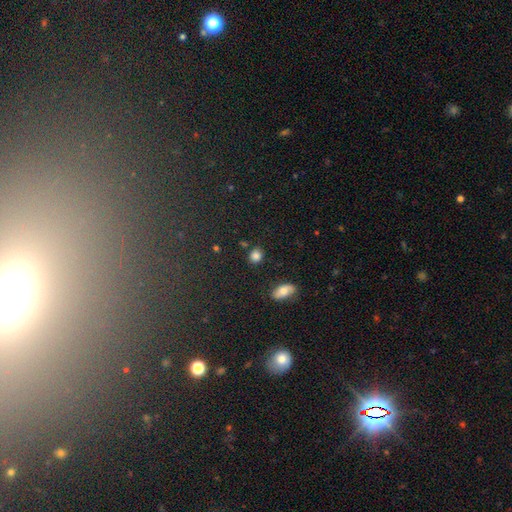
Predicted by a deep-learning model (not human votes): Smooth or featured? Predicted: smooth (p=0.85). How rounded? Predicted: round (p=0.67). Merging? Predicted: none (p=0.84).